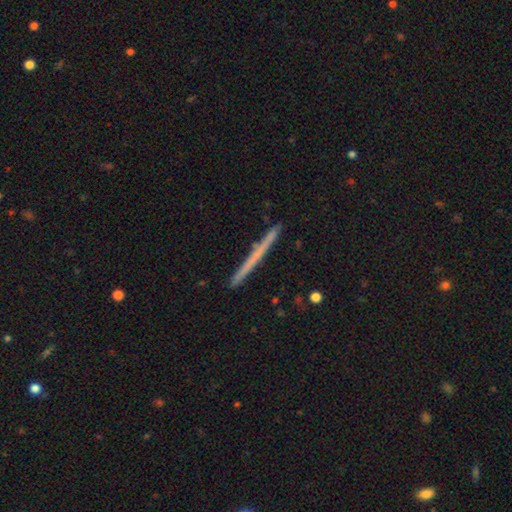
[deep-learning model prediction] smooth-or-featured: featured or disk: 48% | smooth: 45% | star or artifact: 7%
  merging: none: 91% | minor disturbance: 6% | major disturbance: 1% | merger: 1%